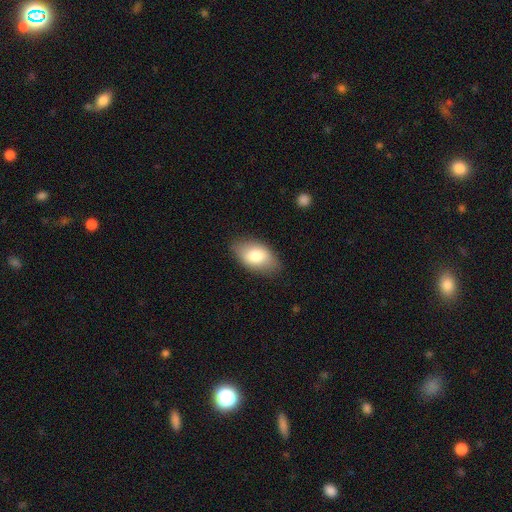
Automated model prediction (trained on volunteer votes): Q: Smooth or featured?
A: smooth (78%); runner-up: featured or disk (16%)
Q: How rounded?
A: in between (92%); runner-up: round (6%)
Q: Merging?
A: none (83%); runner-up: minor disturbance (13%)